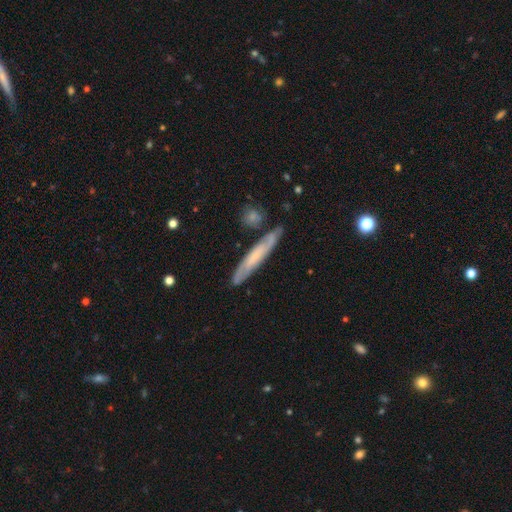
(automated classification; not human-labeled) This appears to be a featured or disk galaxy (51%) viewed edge-on (69%). Merging: none (78%).